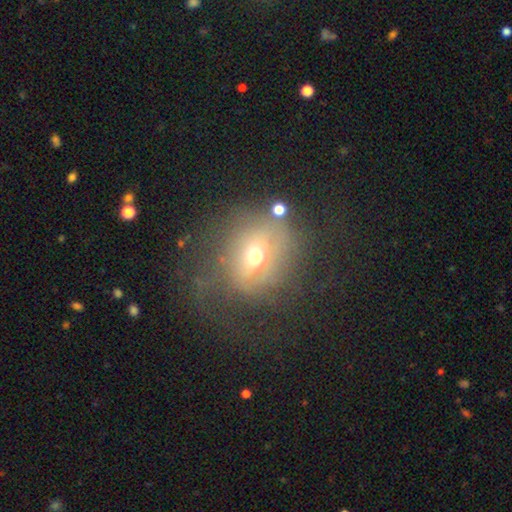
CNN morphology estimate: A smooth galaxy with no disk features (43%).

Vote fractions:
- Smooth or featured? smooth: 43% / featured or disk: 42% / star or artifact: 14%
- Merging? none: 44% / major disturbance: 28% / minor disturbance: 23% / merger: 5%